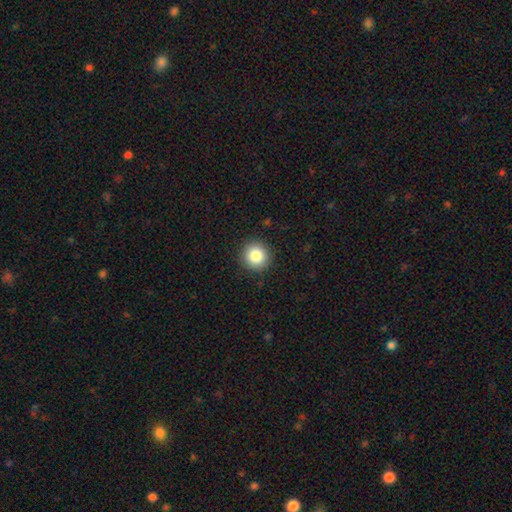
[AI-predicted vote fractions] Morphology: type=smooth (84%); roundness=round (94%); merging=none (91%).